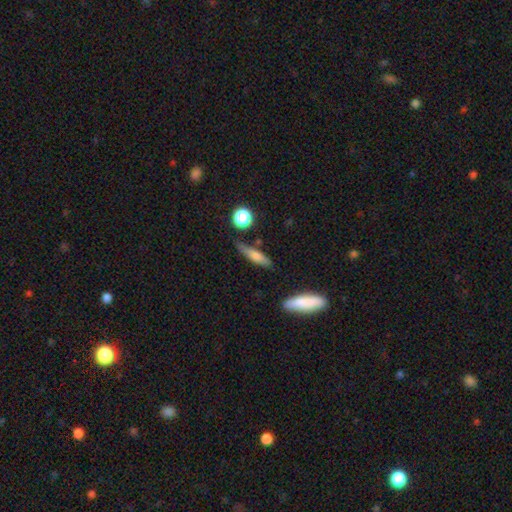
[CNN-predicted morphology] Smooth or featured: smooth — 68% (featured or disk — 24%)
How rounded: cigar-shaped — 72% (in between — 24%)
Merging: none — 72% (minor disturbance — 19%)